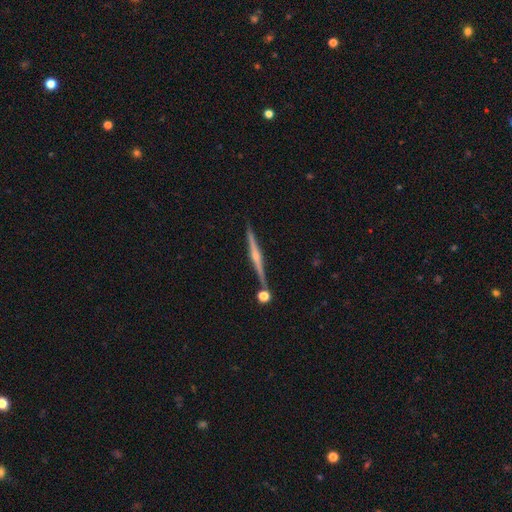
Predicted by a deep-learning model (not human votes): A featured or disk galaxy (82%) viewed edge-on (98%) with a rounded central bulge (85%). Merging: none (86%).